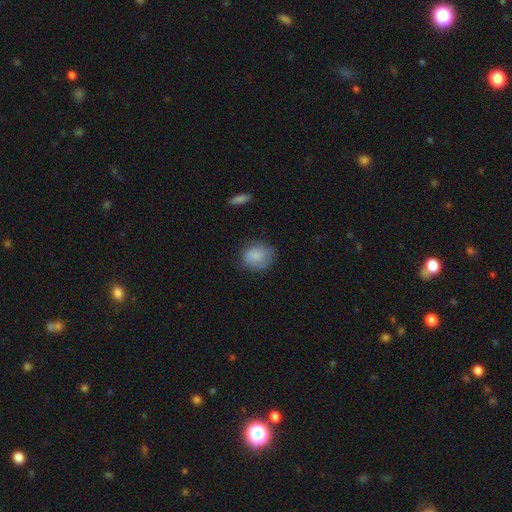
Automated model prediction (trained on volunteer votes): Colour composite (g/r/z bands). It shows a smooth galaxy with no disk features (84%) that is round (65%). Merging: none (71%).